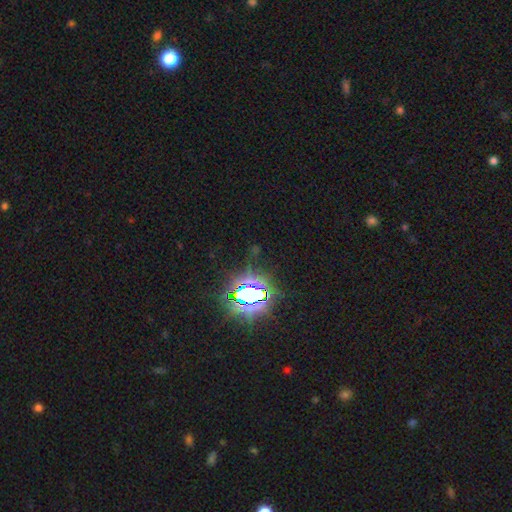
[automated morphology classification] type=star or artifact (82%).